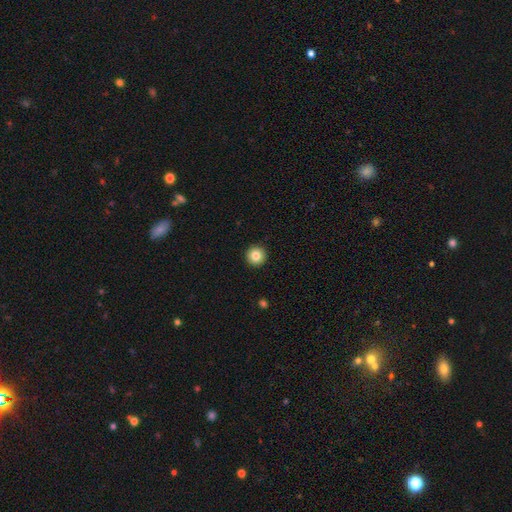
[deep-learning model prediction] Q: Smooth or featured?
A: smooth (83%); runner-up: star or artifact (10%)
Q: How rounded?
A: round (96%); runner-up: in between (3%)
Q: Merging?
A: none (93%); runner-up: minor disturbance (4%)